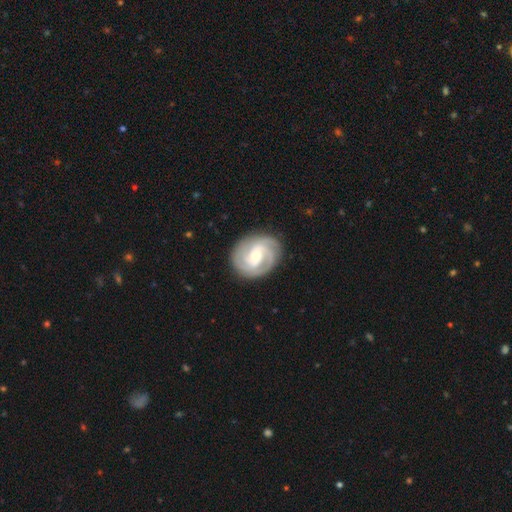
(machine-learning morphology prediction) Smooth or featured: featured or disk — 86% (smooth — 10%)
Edge-on disk: no — 98% (yes — 2%)
Bar: weak — 48% (no — 36%)
Spiral arms: yes — 97% (no — 3%)
Spiral winding: tight — 60% (medium — 34%)
Spiral arm count: 3 — 45% (2 — 22%)
Bulge size: moderate — 57% (small — 37%)
Merging: none — 84% (minor disturbance — 11%)